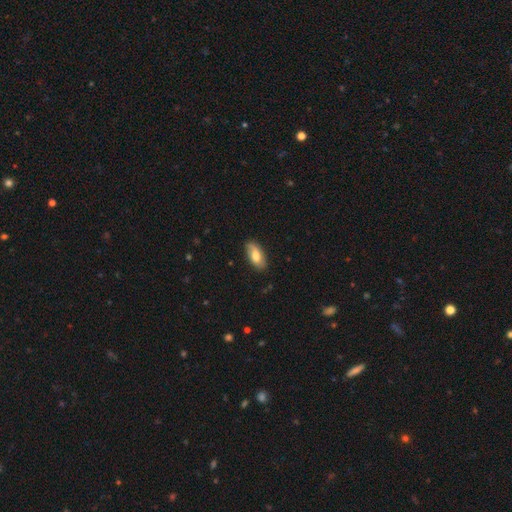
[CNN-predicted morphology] Smooth or featured: smooth — 68% (featured or disk — 26%)
How rounded: in between — 89% (cigar-shaped — 8%)
Merging: none — 81% (minor disturbance — 15%)